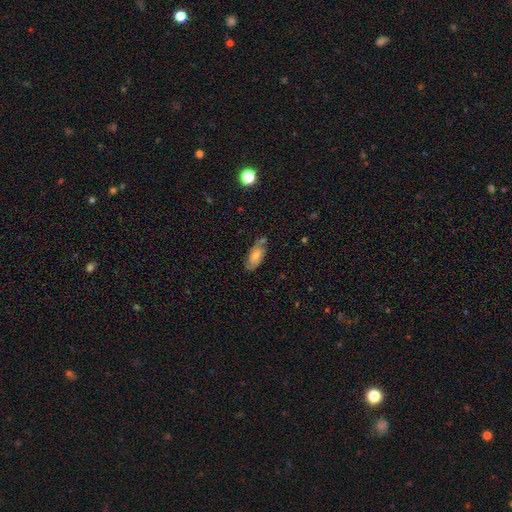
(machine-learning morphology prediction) This is possibly a smooth galaxy (56%). How rounded: clearly in between (86%). Merging: likely none (64%).